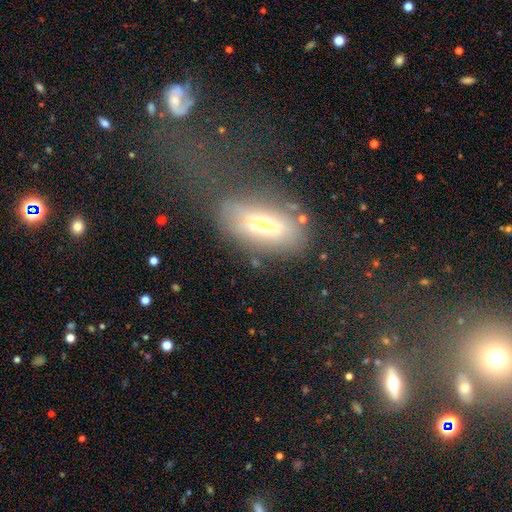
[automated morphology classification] This appears to be a smooth galaxy with no disk features (53%) that is in between round and cigar-shaped (78%). Merging: none (52%).